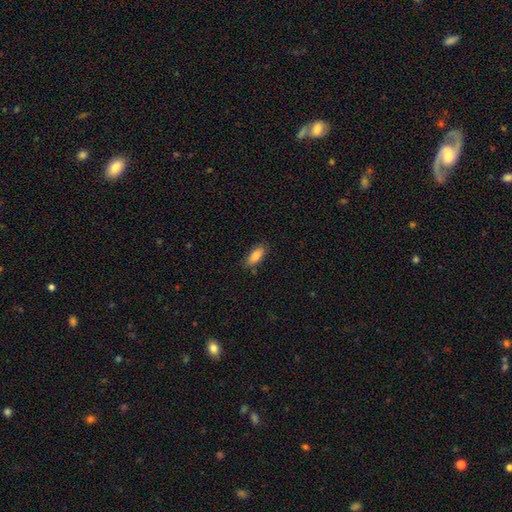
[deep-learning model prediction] A smooth galaxy with no disk features (84%) that is in between round and cigar-shaped (81%). Merging: none (82%).